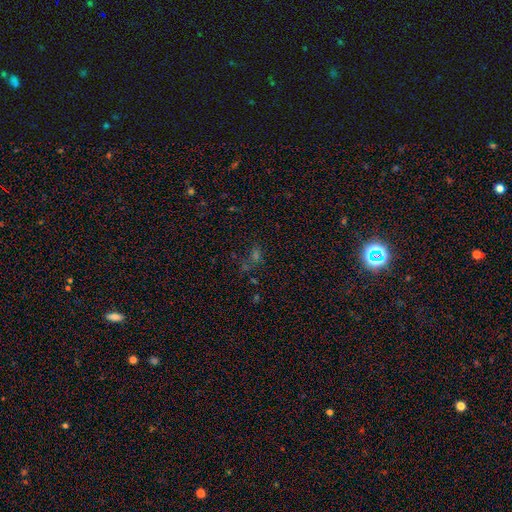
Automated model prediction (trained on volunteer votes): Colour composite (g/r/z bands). It shows a star or artifact, not a galaxy (51%).